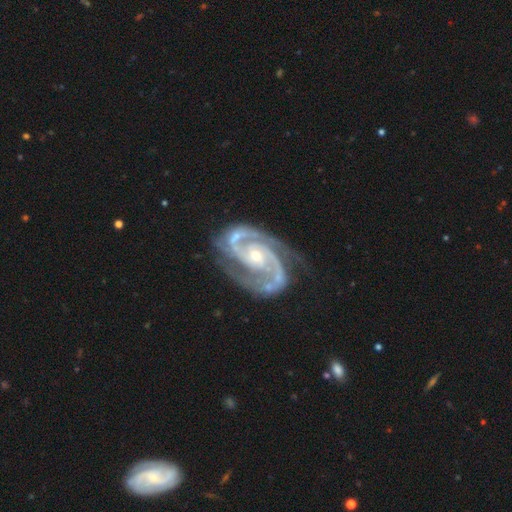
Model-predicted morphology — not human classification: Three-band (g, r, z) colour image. It shows a featured or disk galaxy (94%) with no bar (54%), 2 (86%) medium (52%) spiral arms (99%) and a small central bulge (56%). Merging: none (68%).